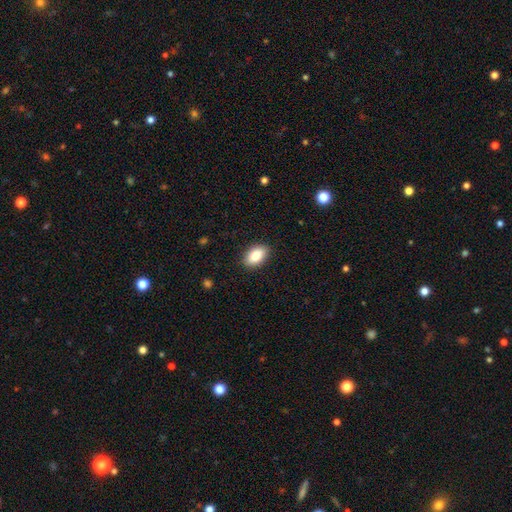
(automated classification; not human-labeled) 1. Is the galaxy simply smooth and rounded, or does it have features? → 84% smooth, 9% featured or disk, 7% star or artifact.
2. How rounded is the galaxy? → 91% in between, 7% round, 2% cigar-shaped.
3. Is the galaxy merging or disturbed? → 88% none, 9% minor disturbance, 2% major disturbance, 1% merger.